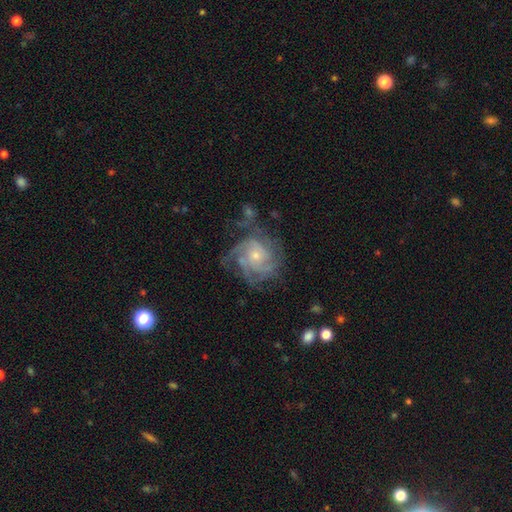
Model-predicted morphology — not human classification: Smooth or featured? featured or disk (84%)
Edge-on disk? no (98%)
Bar? no (76%)
Spiral arms? yes (95%)
Spiral winding? tight (57%)
Spiral arm count? 4 (27%)
Bulge size? small (65%)
Merging? none (59%)